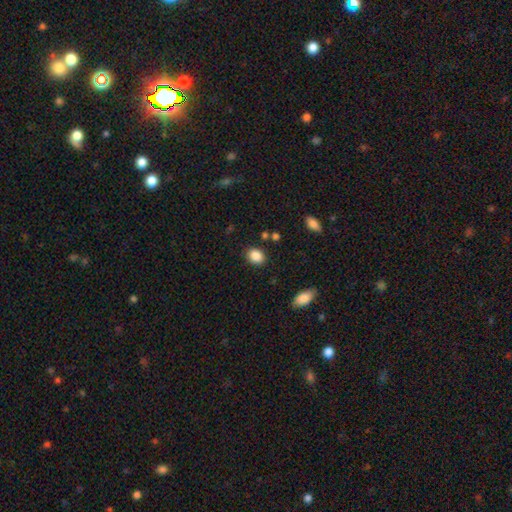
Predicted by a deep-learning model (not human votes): Morphology: type=smooth (87%); roundness=in between (54%); merging=none (86%).